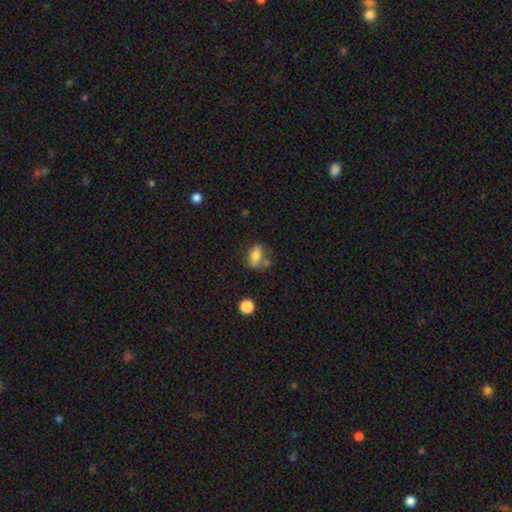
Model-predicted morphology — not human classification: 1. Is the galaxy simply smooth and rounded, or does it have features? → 72% smooth, 18% featured or disk, 10% star or artifact.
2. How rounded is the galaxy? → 81% in between, 14% round, 5% cigar-shaped.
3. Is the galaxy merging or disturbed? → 49% none, 22% minor disturbance, 18% merger, 10% major disturbance.